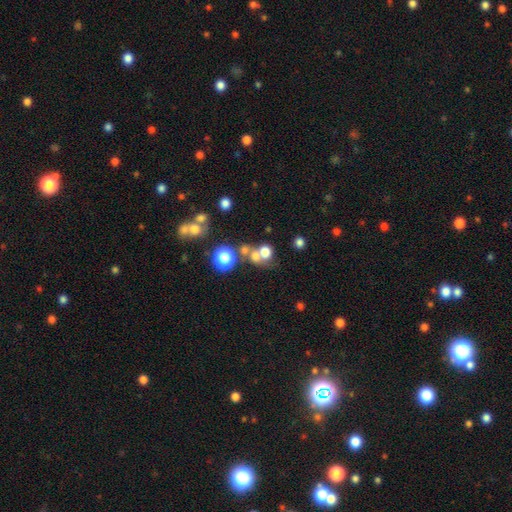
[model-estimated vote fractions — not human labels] smooth-or-featured: smooth: 63% | star or artifact: 22% | featured or disk: 15%
  how-rounded: round: 79% | in between: 20% | cigar-shaped: 1%
  merging: merger: 43% | none: 42% | minor disturbance: 9% | major disturbance: 7%